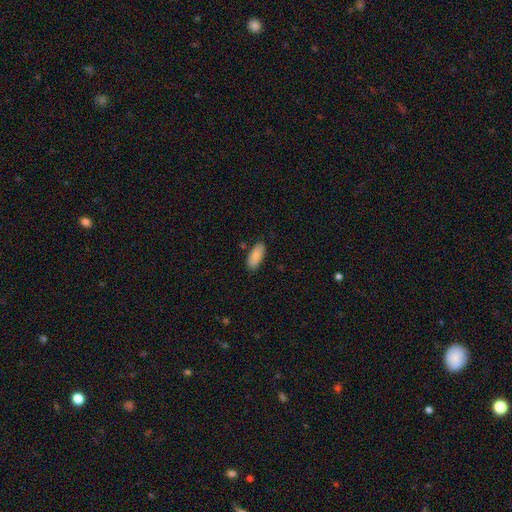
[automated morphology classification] smooth 87%, featured or disk 7%, star or artifact 6%. Down the decision tree: how rounded — in between (85%); merging — none (84%).